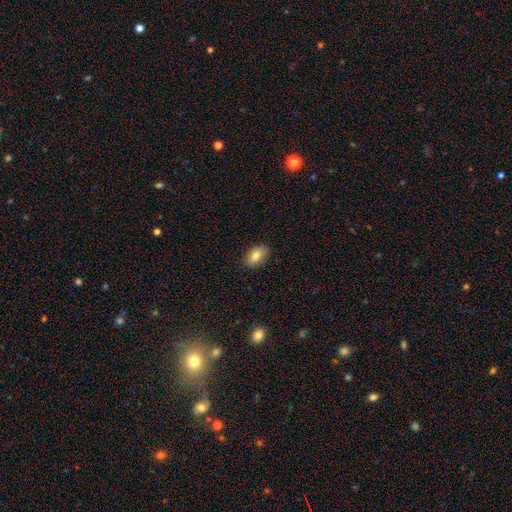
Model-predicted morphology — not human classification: Smooth or featured: smooth — 82% (featured or disk — 11%)
How rounded: in between — 90% (round — 9%)
Merging: none — 87% (minor disturbance — 10%)